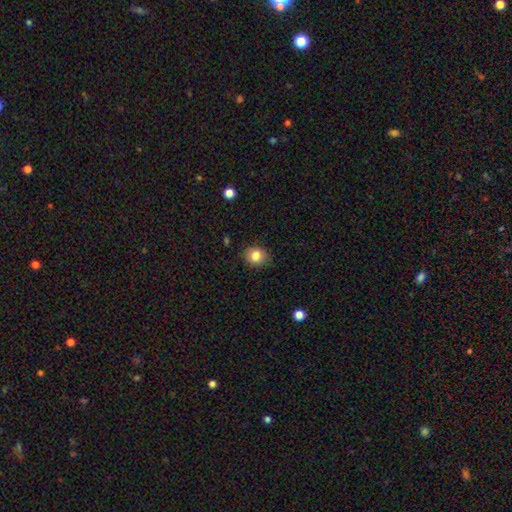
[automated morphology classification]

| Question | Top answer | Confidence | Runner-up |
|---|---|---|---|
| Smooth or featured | smooth | 83% | star or artifact (10%) |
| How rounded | round | 74% | in between (25%) |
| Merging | none | 86% | minor disturbance (10%) |